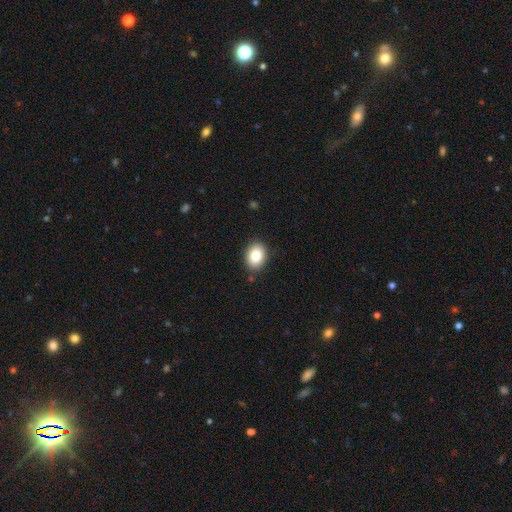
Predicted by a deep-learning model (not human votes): Q: Smooth or featured?
A: smooth (84%); runner-up: star or artifact (8%)
Q: How rounded?
A: in between (67%); runner-up: round (32%)
Q: Merging?
A: none (87%); runner-up: minor disturbance (10%)